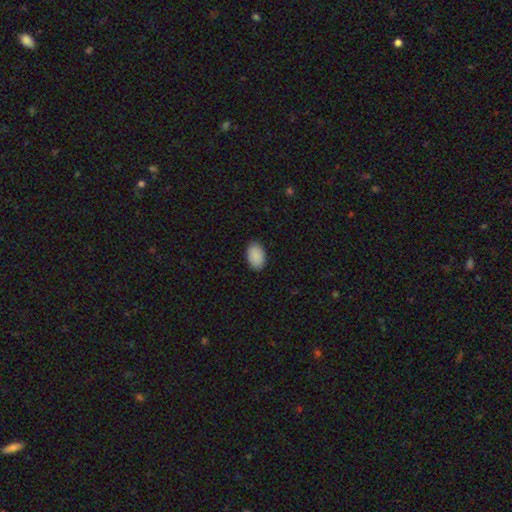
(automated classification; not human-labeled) Smooth or featured? smooth (91%)
How rounded? in between (93%)
Merging? none (90%)